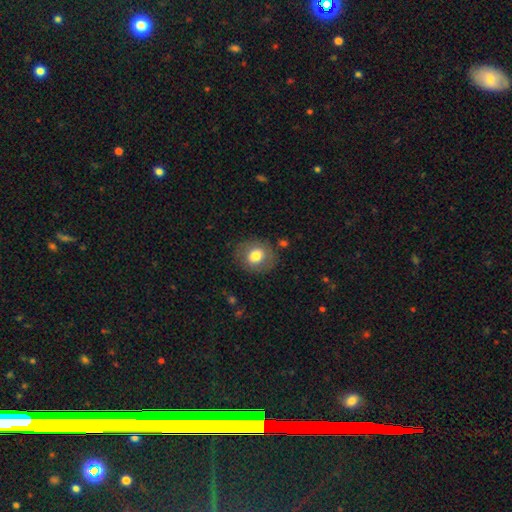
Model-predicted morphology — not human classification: A smooth galaxy with no disk features (74%) that is round (73%).

Vote fractions:
- Smooth or featured? smooth: 74% / featured or disk: 18% / star or artifact: 8%
- How rounded? round: 73% / in between: 26% / cigar-shaped: 1%
- Merging? none: 82% / minor disturbance: 12% / major disturbance: 5% / merger: 2%